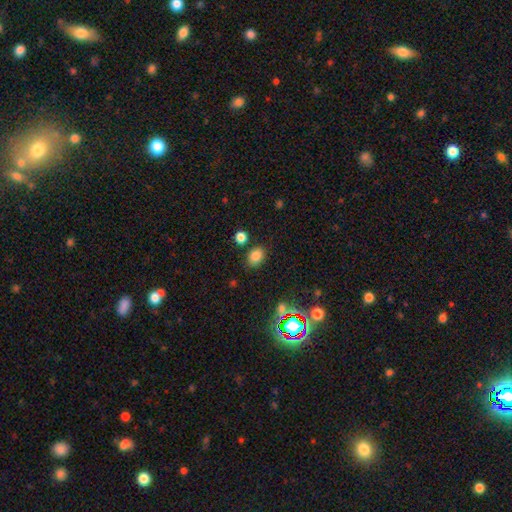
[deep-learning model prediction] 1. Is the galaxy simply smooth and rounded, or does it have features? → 82% smooth, 13% star or artifact, 5% featured or disk.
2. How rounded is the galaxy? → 62% in between, 37% round, 1% cigar-shaped.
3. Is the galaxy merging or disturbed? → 80% none, 11% minor disturbance, 6% merger, 3% major disturbance.